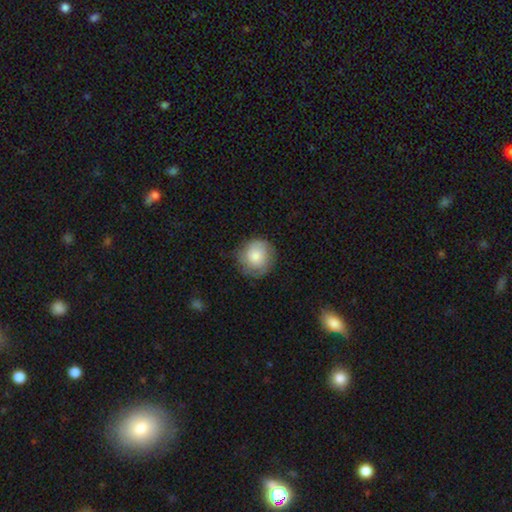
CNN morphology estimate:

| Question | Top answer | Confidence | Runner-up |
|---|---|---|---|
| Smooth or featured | smooth | 73% | featured or disk (20%) |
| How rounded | round | 90% | in between (9%) |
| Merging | none | 72% | minor disturbance (21%) |